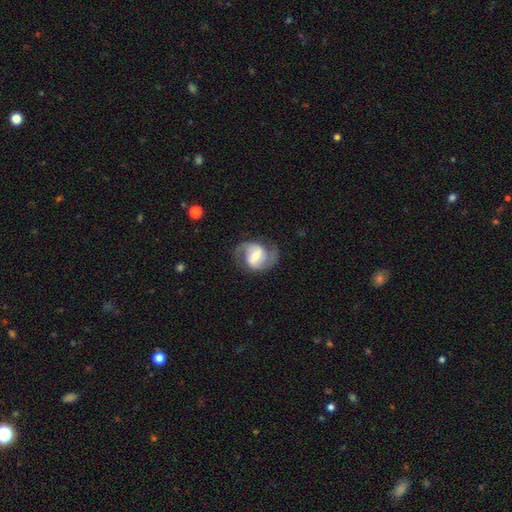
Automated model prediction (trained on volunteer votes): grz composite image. It shows a featured or disk galaxy (83%) with a weak bar (48%), 2 (91%) medium (55%) spiral arms (95%) and a moderate central bulge (55%). Merging: none (75%).